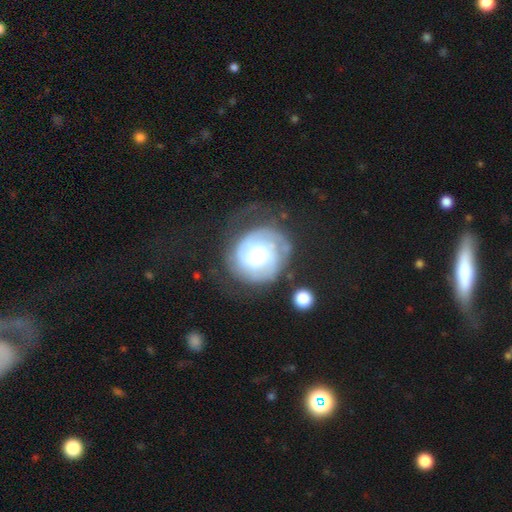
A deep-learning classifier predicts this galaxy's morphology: This appears to be a featured or disk galaxy (69%) with no bar (57%), 2 (45%) tight (48%) spiral arms (87%) and a moderate central bulge (38%). Merging: none (47%).